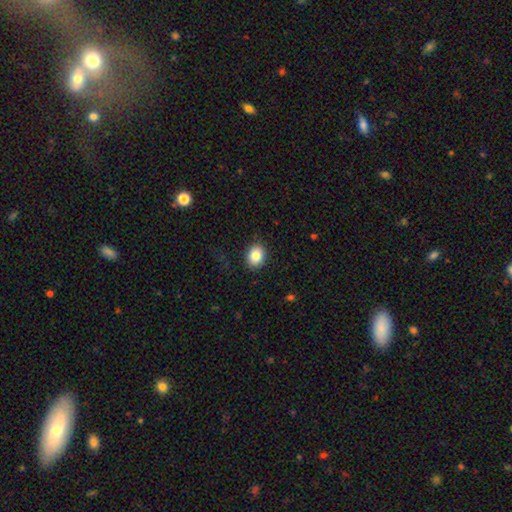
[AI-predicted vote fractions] Smooth or featured?
  - smooth: 84% *
  - star or artifact: 9%
  - featured or disk: 7%
How rounded?
  - in between: 51% *
  - round: 48%
  - cigar-shaped: 1%
Merging?
  - none: 87% *
  - minor disturbance: 9%
  - major disturbance: 3%
  - merger: 1%